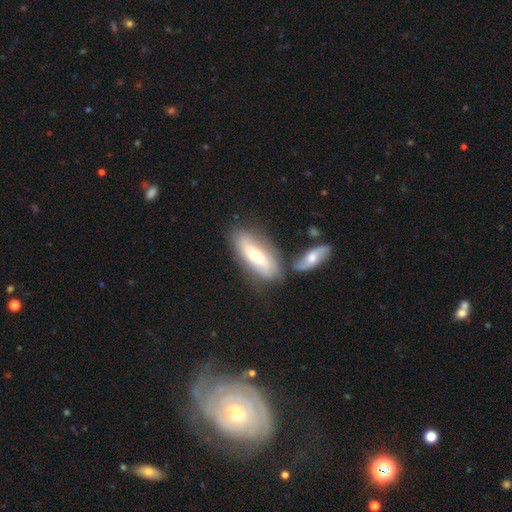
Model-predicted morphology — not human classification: This appears to be a smooth galaxy with no disk features (53%) that is in between round and cigar-shaped (64%). Merging: none (61%).